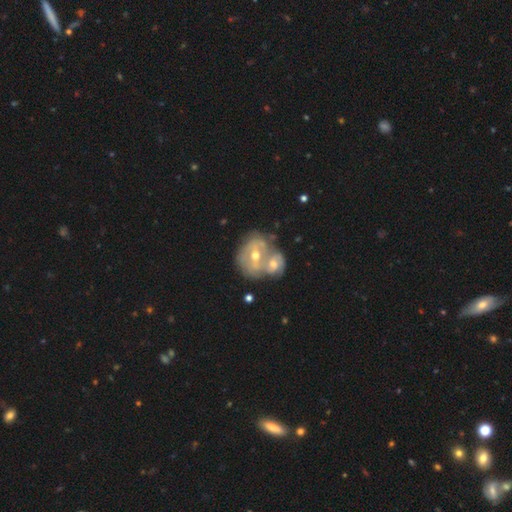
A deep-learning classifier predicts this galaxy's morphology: Smooth or featured? featured or disk (67%)
Edge-on disk? no (95%)
Bar? no (45%)
Spiral arms? yes (55%)
Bulge size? moderate (67%)
Merging? merger (69%)